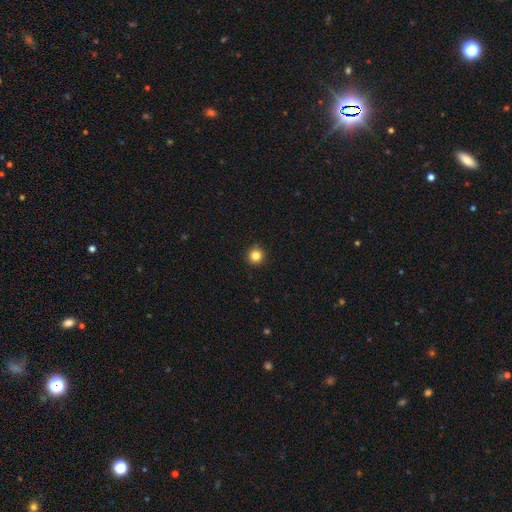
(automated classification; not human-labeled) A smooth galaxy with no disk features (85%) that is round (96%). Merging: none (93%).